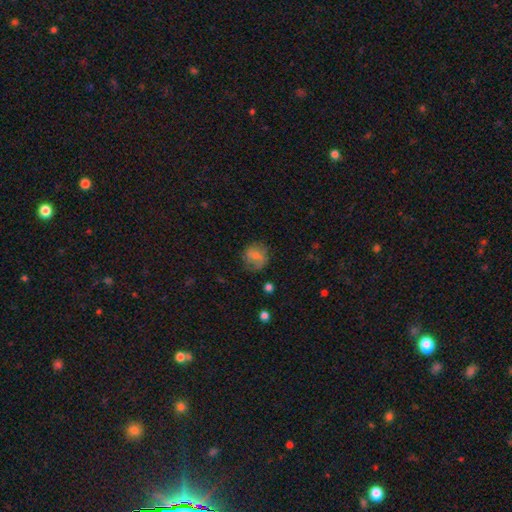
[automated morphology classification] smooth-or-featured: smooth: 68% | featured or disk: 23% | star or artifact: 9%
  how-rounded: round: 82% | in between: 17% | cigar-shaped: 1%
  merging: none: 68% | minor disturbance: 22% | major disturbance: 9% | merger: 1%